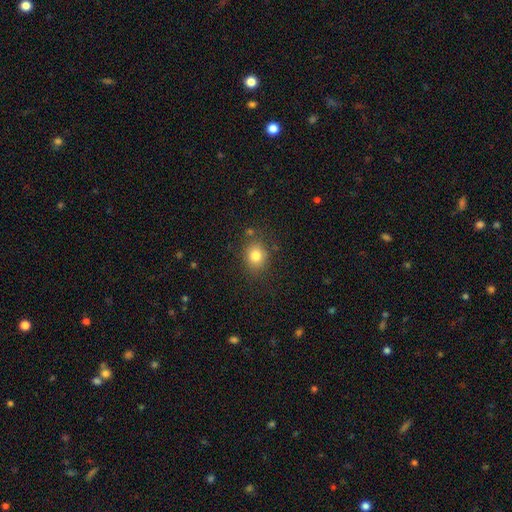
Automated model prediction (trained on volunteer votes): smooth-or-featured: smooth: 81% | star or artifact: 11% | featured or disk: 8%
  how-rounded: round: 67% | in between: 32% | cigar-shaped: 1%
  merging: none: 81% | minor disturbance: 12% | major disturbance: 4% | merger: 3%